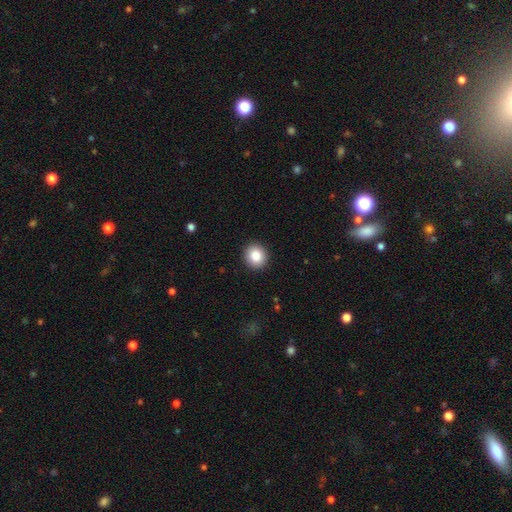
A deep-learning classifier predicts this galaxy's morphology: Smooth or featured? Predicted: smooth (p=0.83). How rounded? Predicted: round (p=0.89). Merging? Predicted: none (p=0.93).